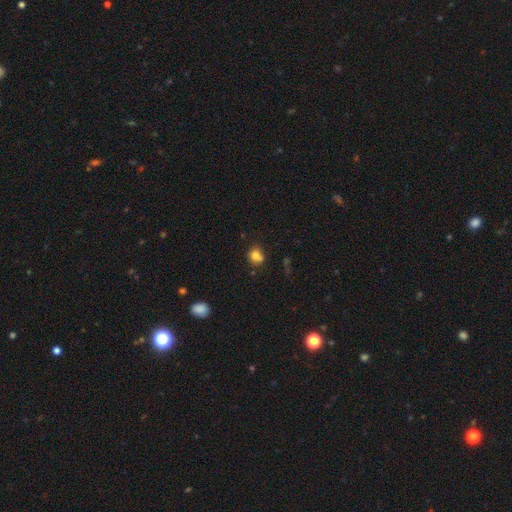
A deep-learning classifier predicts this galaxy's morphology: A smooth galaxy with no disk features (76%) that is round (69%).

Vote fractions:
- Smooth or featured? smooth: 76% / star or artifact: 12% / featured or disk: 11%
- How rounded? round: 69% / in between: 30% / cigar-shaped: 1%
- Merging? none: 51% / merger: 24% / minor disturbance: 19% / major disturbance: 6%